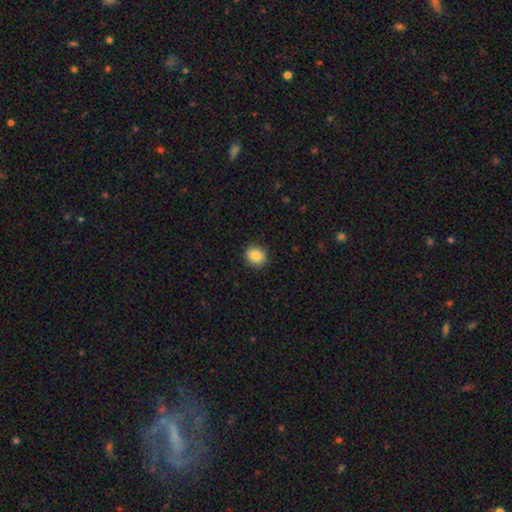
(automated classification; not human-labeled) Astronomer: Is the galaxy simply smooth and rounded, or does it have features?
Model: smooth — 84%.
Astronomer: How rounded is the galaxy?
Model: round — 82%.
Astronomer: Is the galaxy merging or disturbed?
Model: none — 90%.